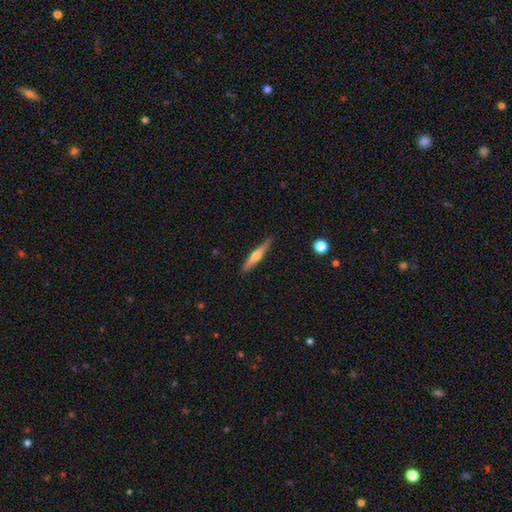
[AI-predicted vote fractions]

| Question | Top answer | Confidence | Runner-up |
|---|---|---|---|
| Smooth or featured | featured or disk | 56% | smooth (38%) |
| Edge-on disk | yes | 97% | no (3%) |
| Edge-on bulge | rounded | 87% | none (7%) |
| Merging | none | 89% | minor disturbance (8%) |